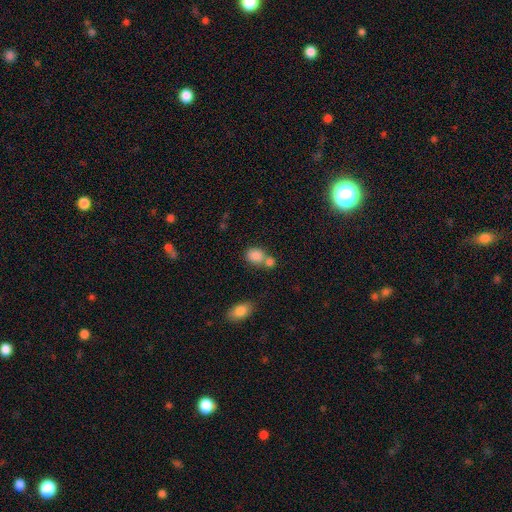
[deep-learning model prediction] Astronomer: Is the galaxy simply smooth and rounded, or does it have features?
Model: smooth — 84%.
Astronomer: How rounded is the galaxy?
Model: round — 50% (runner-up: in between, 48%).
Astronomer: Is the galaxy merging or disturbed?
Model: none — 43%, tied with merger at 43%.